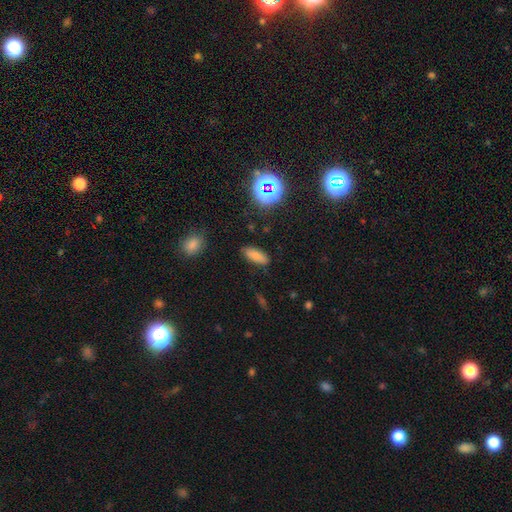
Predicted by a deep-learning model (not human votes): Smooth or featured?
  - smooth: 79% *
  - star or artifact: 13%
  - featured or disk: 8%
How rounded?
  - in between: 74% *
  - cigar-shaped: 23%
  - round: 3%
Merging?
  - none: 86% *
  - minor disturbance: 10%
  - major disturbance: 3%
  - merger: 2%